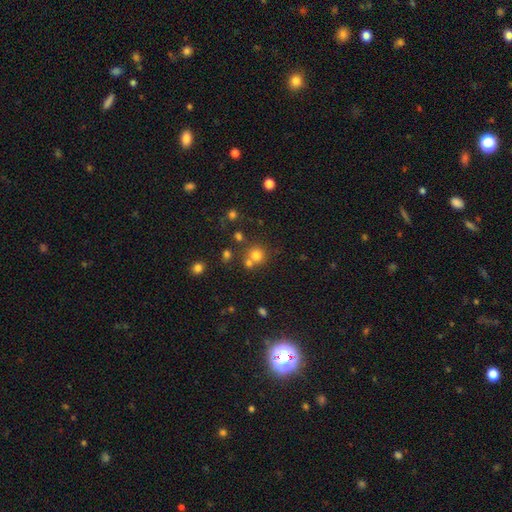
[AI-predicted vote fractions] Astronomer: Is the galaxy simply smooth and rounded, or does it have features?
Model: smooth — 74%.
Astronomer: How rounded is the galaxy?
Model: round — 90%.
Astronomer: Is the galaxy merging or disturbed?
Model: none — 60%.